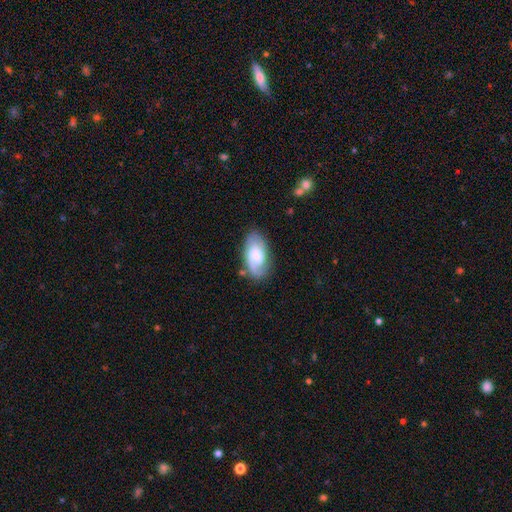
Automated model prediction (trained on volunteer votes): Smooth or featured?
  - featured or disk: 64% *
  - smooth: 29%
  - star or artifact: 6%
Edge-on disk?
  - no: 95% *
  - yes: 5%
Bar?
  - no: 55% *
  - weak: 38%
  - strong: 7%
Spiral arms?
  - yes: 91% *
  - no: 9%
Spiral winding?
  - medium: 44% *
  - tight: 33%
  - loose: 22%
Spiral arm count?
  - 2: 56% *
  - 1: 17%
  - can't tell: 17%
  - 3: 6%
  - 4: 2%
  - more than 4: 2%
Bulge size?
  - moderate: 47% *
  - small: 25%
  - large: 20%
  - none: 6%
  - dominant: 3%
Merging?
  - none: 74% *
  - minor disturbance: 17%
  - major disturbance: 6%
  - merger: 2%